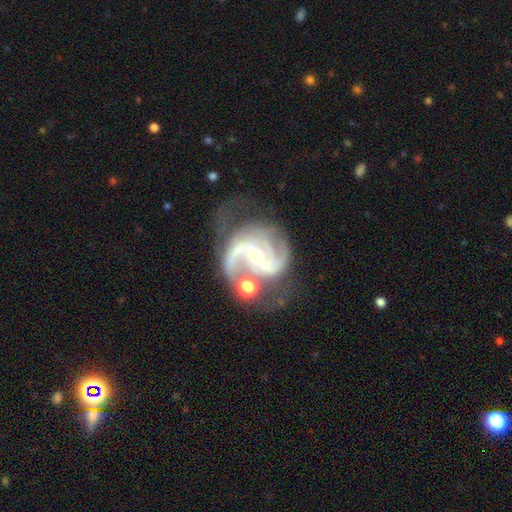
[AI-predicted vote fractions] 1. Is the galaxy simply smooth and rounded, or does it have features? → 90% featured or disk, 6% star or artifact, 4% smooth.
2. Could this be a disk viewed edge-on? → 98% no, 2% yes.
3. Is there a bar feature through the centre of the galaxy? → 48% no, 35% weak, 17% strong.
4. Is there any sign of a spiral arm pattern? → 98% yes, 2% no.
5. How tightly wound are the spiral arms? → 55% medium, 25% tight, 20% loose.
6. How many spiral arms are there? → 57% 2, 24% 3, 8% can't tell, 4% 4, 4% 1, 3% more than 4.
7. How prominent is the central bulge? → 66% small, 30% moderate, 2% none, 2% large, 1% dominant.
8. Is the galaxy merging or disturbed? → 46% none, 21% minor disturbance, 20% major disturbance, 13% merger.